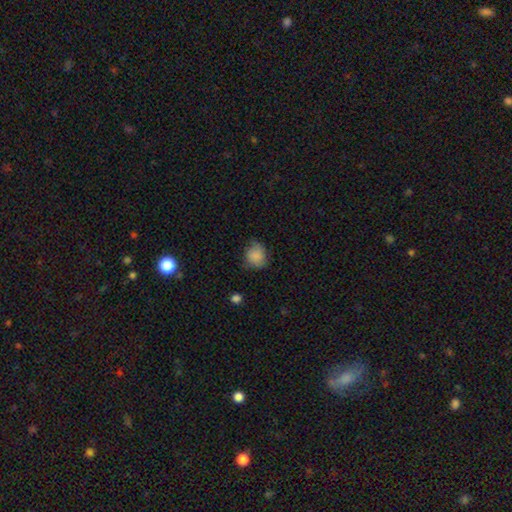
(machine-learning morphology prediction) Q: Smooth or featured?
A: smooth (85%); runner-up: star or artifact (9%)
Q: How rounded?
A: round (73%); runner-up: in between (26%)
Q: Merging?
A: none (65%); runner-up: minor disturbance (27%)